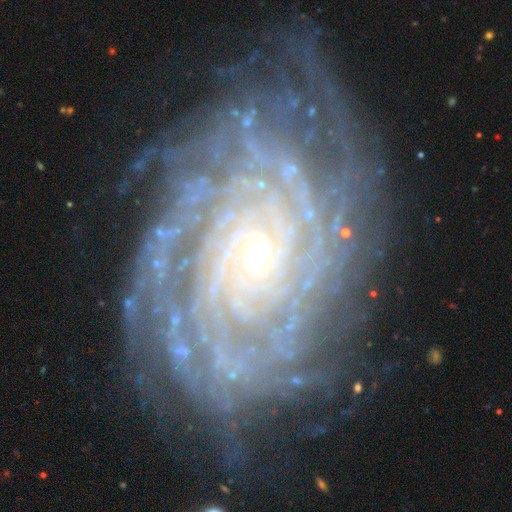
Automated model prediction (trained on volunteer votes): Q: Smooth or featured?
A: featured or disk (91%); runner-up: star or artifact (5%)
Q: Edge-on disk?
A: no (97%); runner-up: yes (3%)
Q: Bar?
A: no (74%); runner-up: weak (18%)
Q: Spiral arms?
A: yes (98%); runner-up: no (2%)
Q: Spiral winding?
A: tight (84%); runner-up: medium (13%)
Q: Spiral arm count?
A: more than 4 (33%); runner-up: can't tell (22%)
Q: Bulge size?
A: small (82%); runner-up: moderate (14%)
Q: Merging?
A: none (75%); runner-up: minor disturbance (17%)